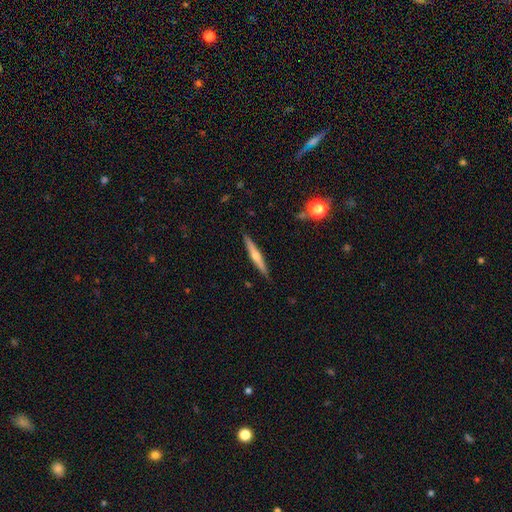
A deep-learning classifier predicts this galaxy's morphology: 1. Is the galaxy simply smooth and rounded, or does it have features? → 59% featured or disk, 36% smooth, 6% star or artifact.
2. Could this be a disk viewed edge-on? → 97% yes, 3% no.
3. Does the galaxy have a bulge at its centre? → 85% rounded, 11% none, 4% boxy.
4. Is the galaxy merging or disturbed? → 89% none, 8% minor disturbance, 1% major disturbance, 1% merger.